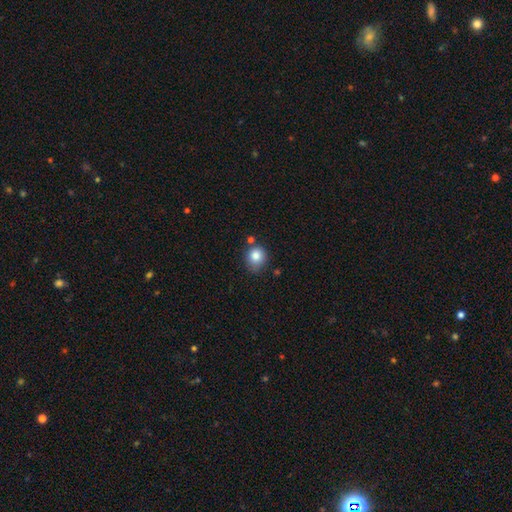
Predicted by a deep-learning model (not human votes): smooth-or-featured: smooth: 83% | star or artifact: 10% | featured or disk: 7%
  how-rounded: round: 81% | in between: 18% | cigar-shaped: 1%
  merging: none: 67% | minor disturbance: 19% | merger: 9% | major disturbance: 4%